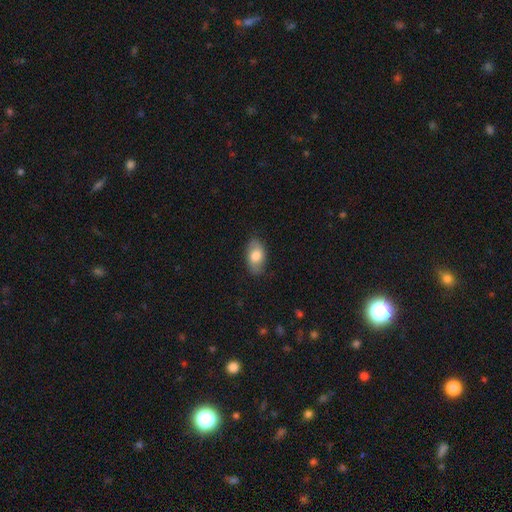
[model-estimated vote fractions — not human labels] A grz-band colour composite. It shows a smooth galaxy with no disk features (73%) that is in between round and cigar-shaped (92%). Merging: none (80%).